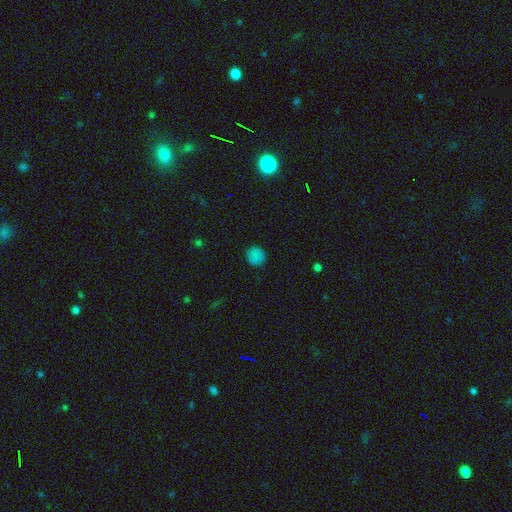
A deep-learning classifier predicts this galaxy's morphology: smooth 82%, star or artifact 15%, featured or disk 4%. Down the decision tree: how rounded — round (90%); merging — none (89%).